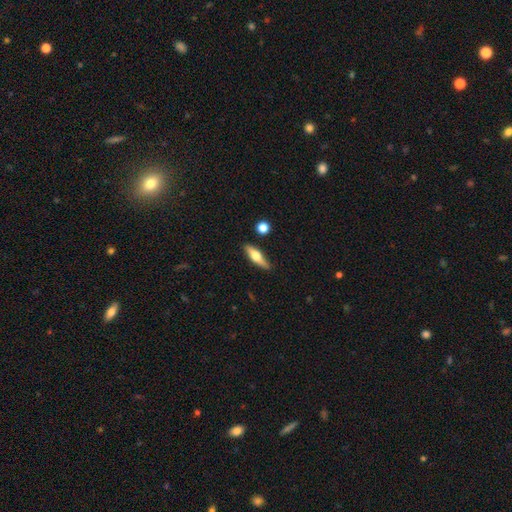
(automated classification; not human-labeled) A smooth galaxy with no disk features (50%) that is cigar-shaped (59%). Merging: none (80%).